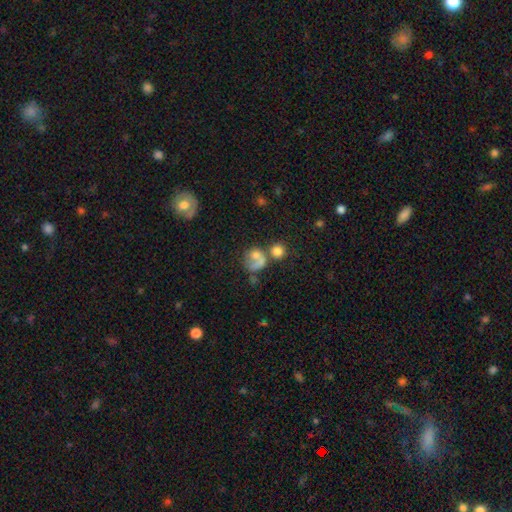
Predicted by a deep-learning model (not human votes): Smooth or featured?
  - smooth: 61% *
  - featured or disk: 27%
  - star or artifact: 12%
How rounded?
  - round: 70% *
  - in between: 29%
  - cigar-shaped: 1%
Merging?
  - merger: 39% *
  - none: 29%
  - major disturbance: 19%
  - minor disturbance: 13%